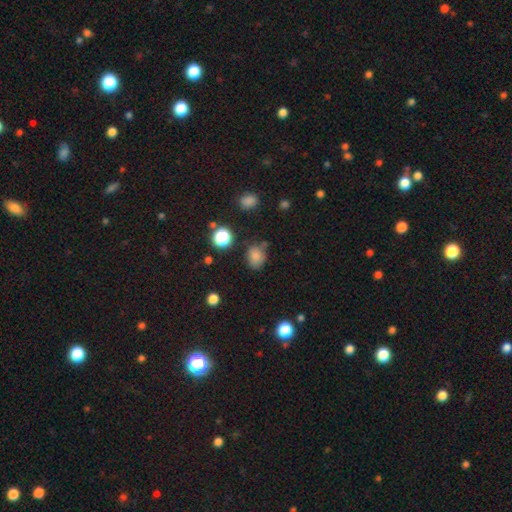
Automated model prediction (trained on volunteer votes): A smooth galaxy with no disk features (79%) that is round (59%).

Vote fractions:
- Smooth or featured? smooth: 79% / star or artifact: 15% / featured or disk: 6%
- How rounded? round: 59% / in between: 40% / cigar-shaped: 1%
- Merging? none: 68% / minor disturbance: 20% / merger: 6% / major disturbance: 5%